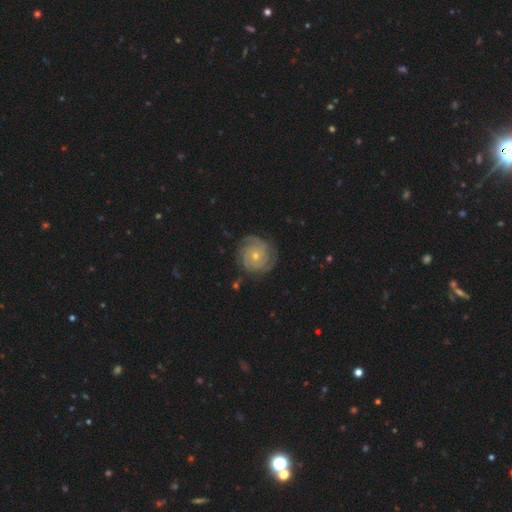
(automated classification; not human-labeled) Smooth or featured? Predicted: featured or disk (p=0.84). Edge-on disk? Predicted: no (p=0.98). Bar? Predicted: no (p=0.78). Spiral arms? Predicted: yes (p=0.96). Spiral winding? Predicted: tight (p=0.75). Spiral arm count? Predicted: 3 (p=0.31). Bulge size? Predicted: small (p=0.56). Merging? Predicted: none (p=0.78).